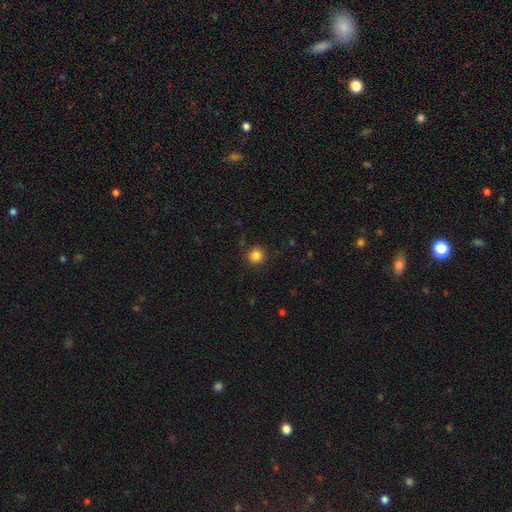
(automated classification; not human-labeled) A smooth galaxy with no disk features (84%) that is round (94%).

Vote fractions:
- Smooth or featured? smooth: 84% / star or artifact: 12% / featured or disk: 4%
- How rounded? round: 94% / in between: 5% / cigar-shaped: 1%
- Merging? none: 88% / minor disturbance: 8% / major disturbance: 3% / merger: 1%